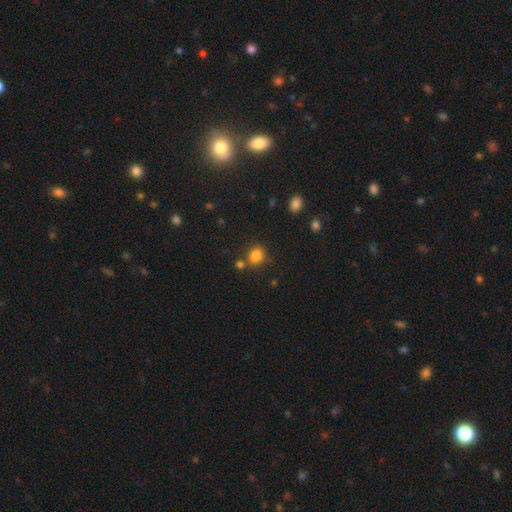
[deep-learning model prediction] Q: Smooth or featured?
A: smooth (83%); runner-up: star or artifact (12%)
Q: How rounded?
A: round (78%); runner-up: in between (21%)
Q: Merging?
A: none (70%); runner-up: merger (15%)